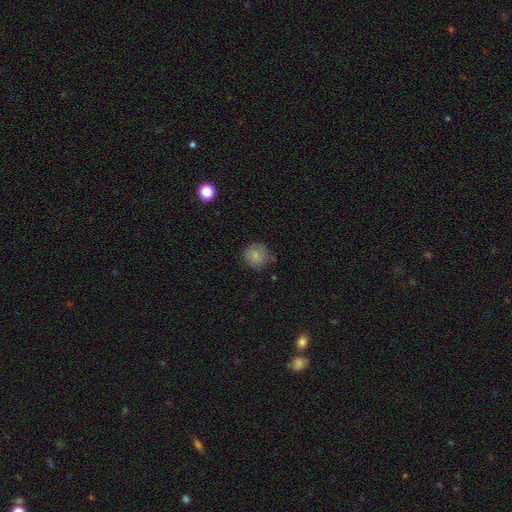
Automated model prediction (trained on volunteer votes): smooth-or-featured: smooth: 78% | featured or disk: 14% | star or artifact: 8%
  how-rounded: round: 90% | in between: 9% | cigar-shaped: 1%
  merging: none: 72% | minor disturbance: 21% | major disturbance: 5% | merger: 2%